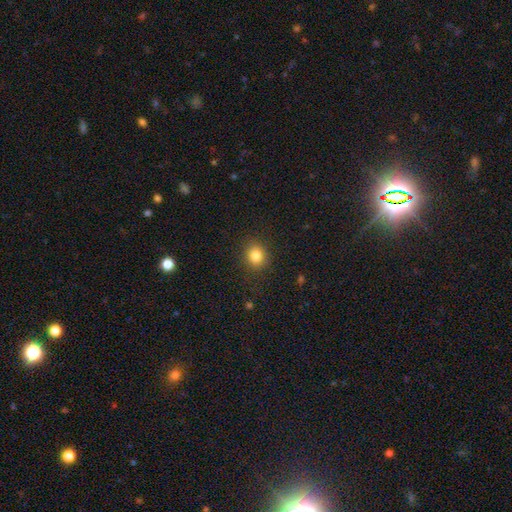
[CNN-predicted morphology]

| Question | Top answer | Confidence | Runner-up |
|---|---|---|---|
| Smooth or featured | smooth | 83% | star or artifact (11%) |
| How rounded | round | 74% | in between (25%) |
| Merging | none | 88% | minor disturbance (8%) |